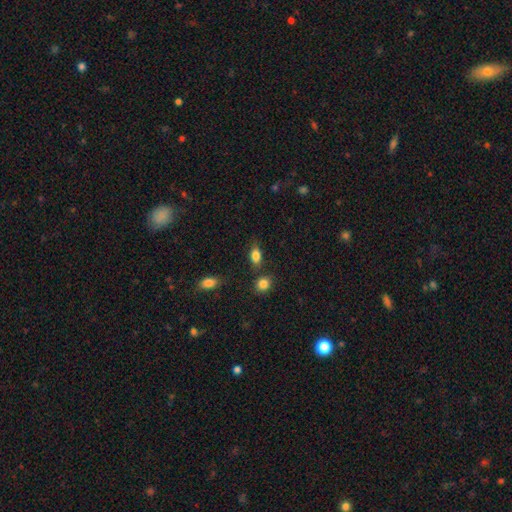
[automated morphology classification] Q: Smooth or featured?
A: smooth (82%); runner-up: featured or disk (9%)
Q: How rounded?
A: in between (83%); runner-up: round (12%)
Q: Merging?
A: none (71%); runner-up: minor disturbance (16%)